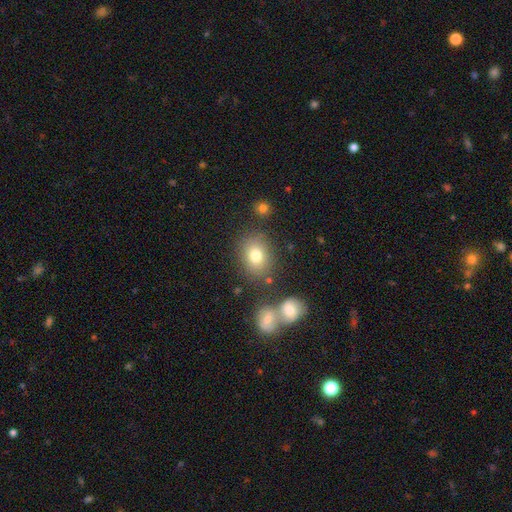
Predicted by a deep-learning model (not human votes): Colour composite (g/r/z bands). It shows a smooth galaxy with no disk features (77%) that is in between round and cigar-shaped (51%). Merging: none (74%).